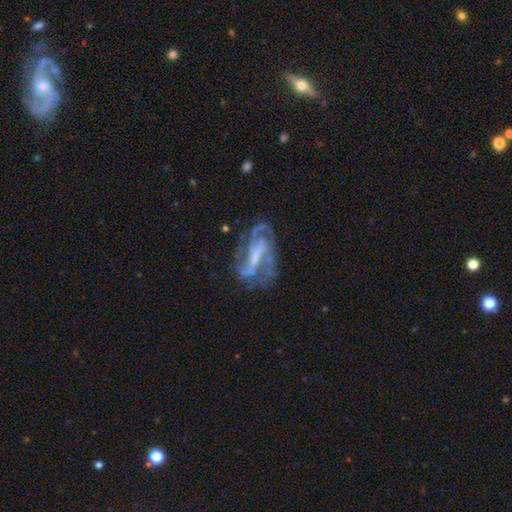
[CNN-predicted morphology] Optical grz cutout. It shows a featured or disk galaxy (81%) with a strong bar (42%), 2 (30%, tied with can't tell) medium (43%) spiral arms (85%) and no central bulge (35%). Merging: none (54%).